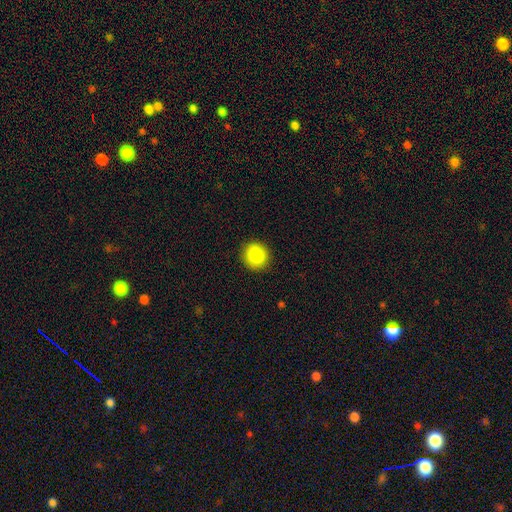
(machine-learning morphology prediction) Q: Smooth or featured?
A: smooth (86%); runner-up: star or artifact (8%)
Q: How rounded?
A: round (87%); runner-up: in between (12%)
Q: Merging?
A: none (90%); runner-up: minor disturbance (7%)